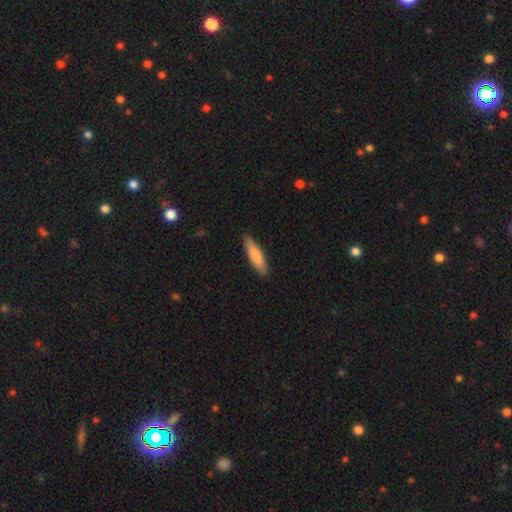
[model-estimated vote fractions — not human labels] Smooth or featured: smooth — 80% (featured or disk — 15%)
How rounded: cigar-shaped — 70% (in between — 29%)
Merging: none — 89% (minor disturbance — 9%)